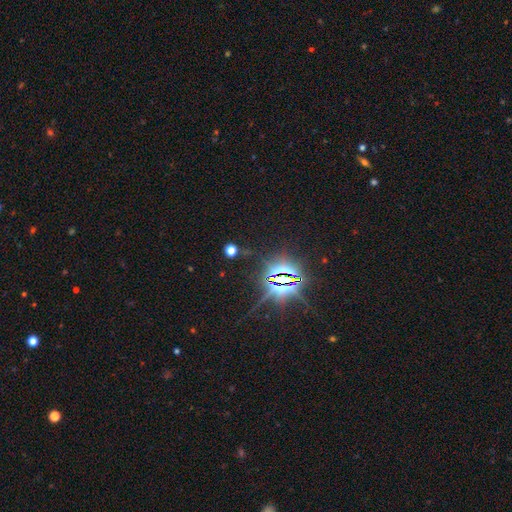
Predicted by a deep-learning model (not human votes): A star or artifact, not a galaxy (86%).

Vote fractions:
- Smooth or featured? star or artifact: 86% / smooth: 8% / featured or disk: 6%